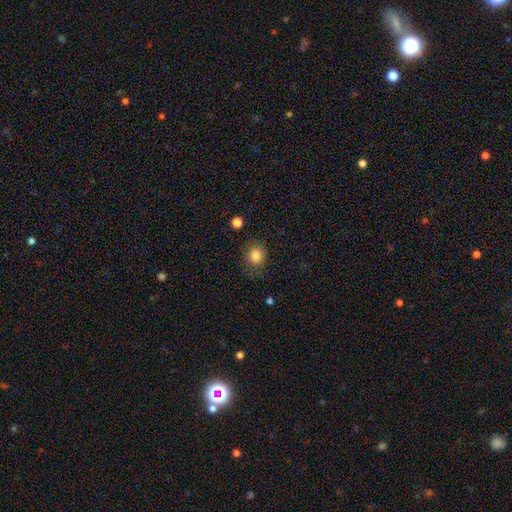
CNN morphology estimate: smooth 84%, star or artifact 10%, featured or disk 6%. Down the decision tree: how rounded — round (80%); merging — none (79%).